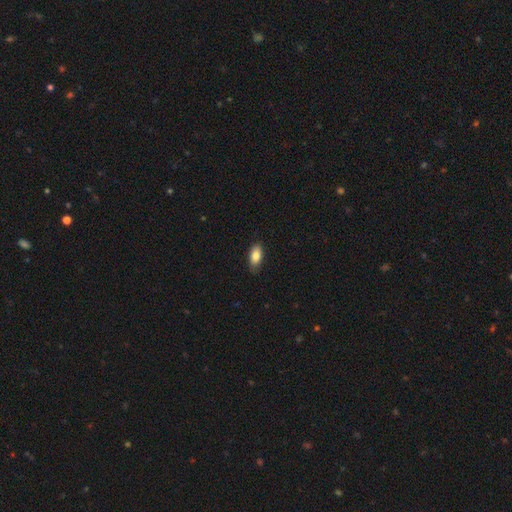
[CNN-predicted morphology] Overall: smooth (84%). How rounded: in between (90%). Merging: none (80%).